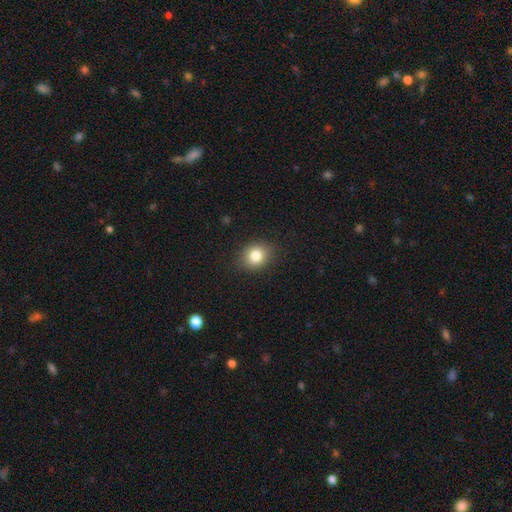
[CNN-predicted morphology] The model was most divided on "how rounded": round: 69%, in between: 30%, cigar-shaped: 1%. More confident: merging — none (87%); smooth or featured — smooth (82%).